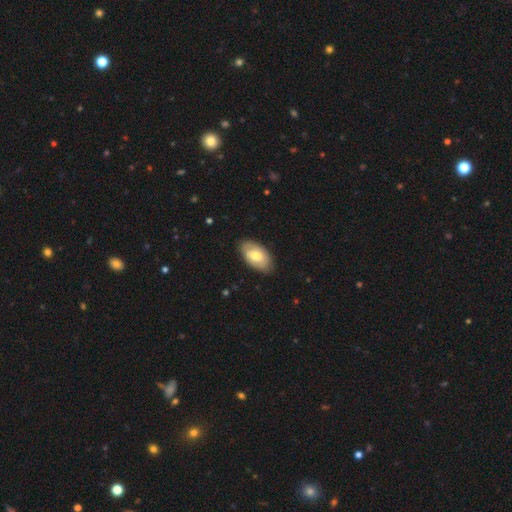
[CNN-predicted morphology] This is likely a smooth galaxy (65%). How rounded: clearly in between (94%). Merging: clearly none (82%).